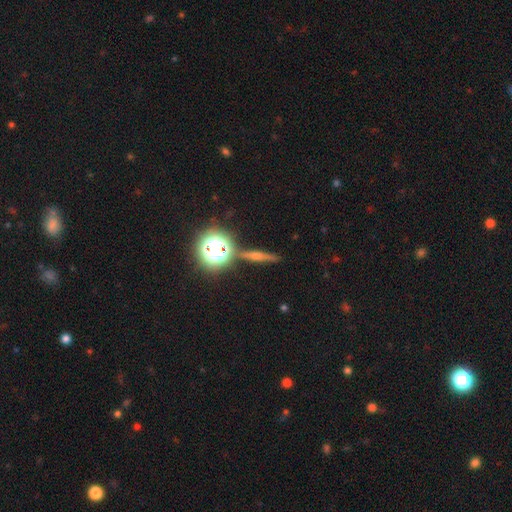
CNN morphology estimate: Smooth or featured? Predicted: star or artifact (p=0.61).